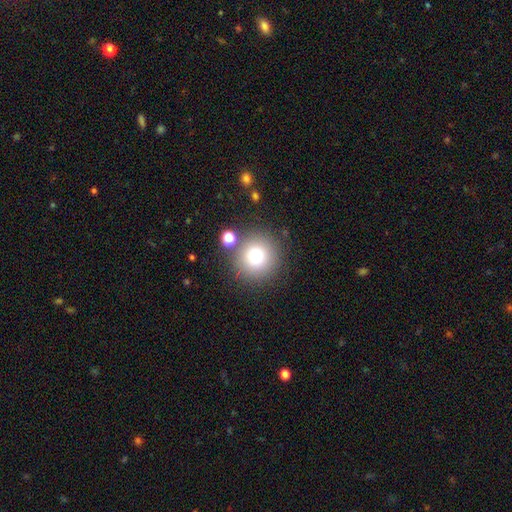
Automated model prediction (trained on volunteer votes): smooth-or-featured: smooth: 77% | star or artifact: 13% | featured or disk: 10%
  how-rounded: round: 94% | in between: 5% | cigar-shaped: 1%
  merging: none: 81% | minor disturbance: 8% | merger: 7% | major disturbance: 3%